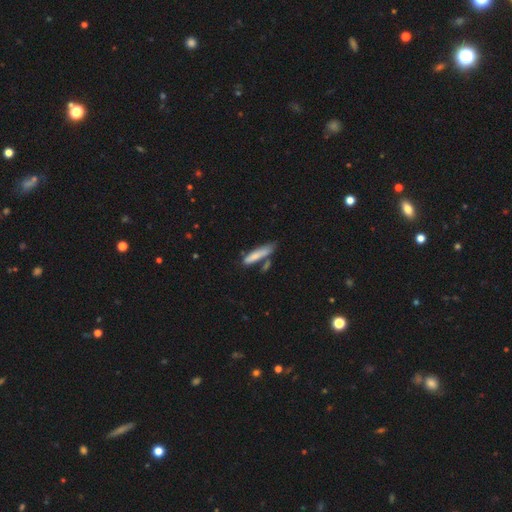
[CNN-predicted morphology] smooth-or-featured: smooth: 78% | featured or disk: 15% | star or artifact: 6%
  how-rounded: cigar-shaped: 81% | in between: 17% | round: 2%
  merging: none: 57% | minor disturbance: 20% | merger: 18% | major disturbance: 5%